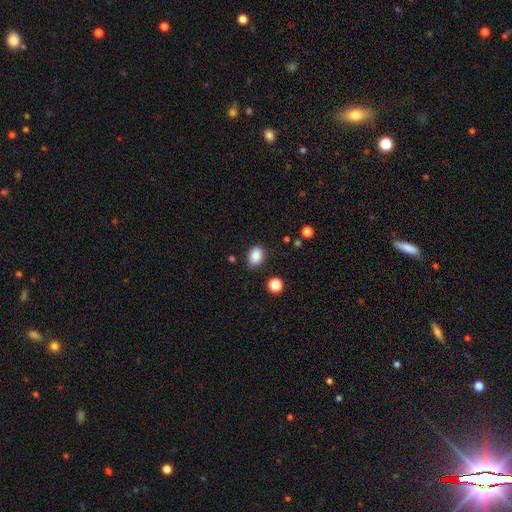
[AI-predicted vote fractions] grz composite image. It shows a smooth galaxy with no disk features (87%) that is in between round and cigar-shaped (67%). Merging: none (81%).